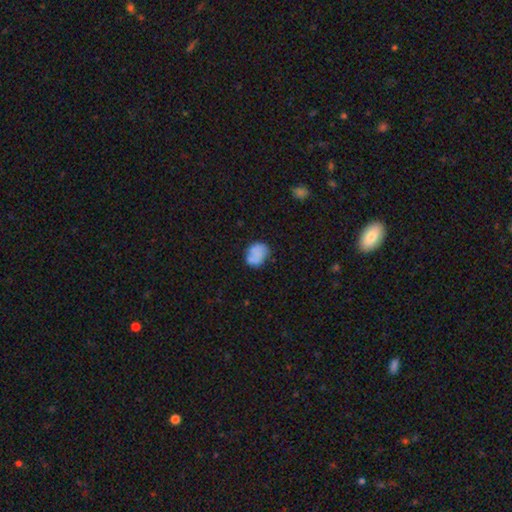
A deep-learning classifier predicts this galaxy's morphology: type=smooth (71%); roundness=in between (57%); merging=none (60%).